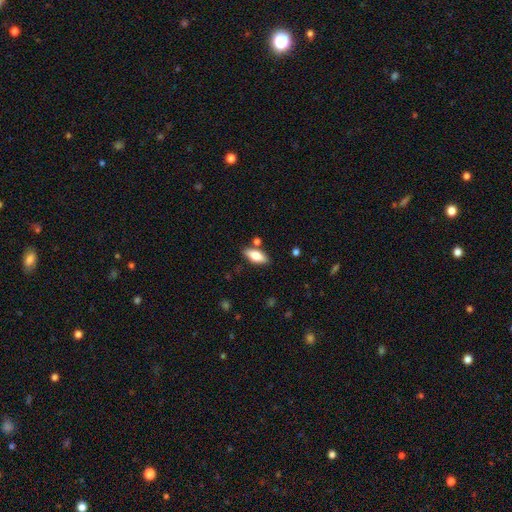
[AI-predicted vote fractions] smooth 74%, featured or disk 20%, star or artifact 7%. Down the decision tree: how rounded — in between (79%); merging — none (81%).